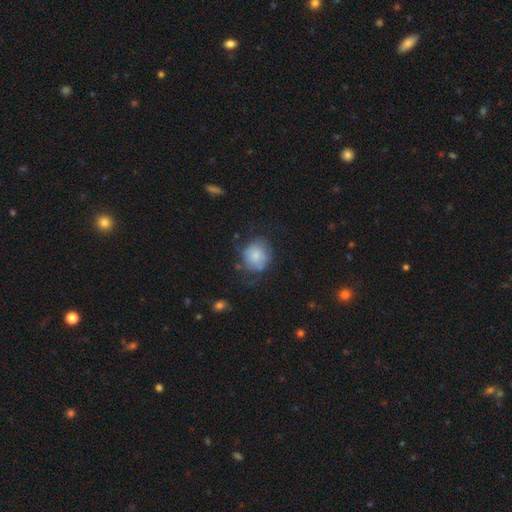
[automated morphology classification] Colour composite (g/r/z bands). It shows a smooth galaxy with no disk features (76%) that is round (73%). Merging: none (52%).